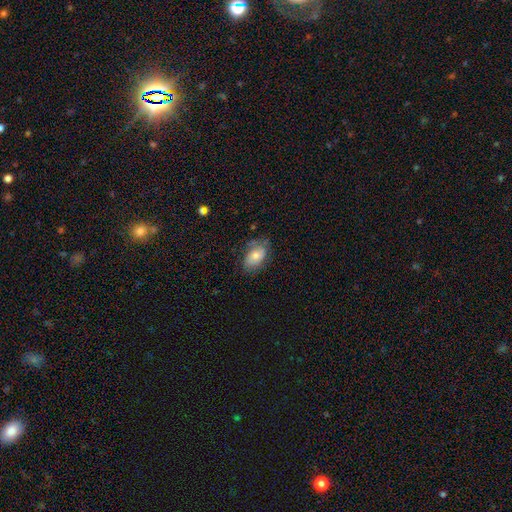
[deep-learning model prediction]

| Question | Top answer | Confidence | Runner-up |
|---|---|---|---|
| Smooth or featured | smooth | 64% | featured or disk (28%) |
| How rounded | in between | 89% | round (10%) |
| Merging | none | 63% | minor disturbance (26%) |